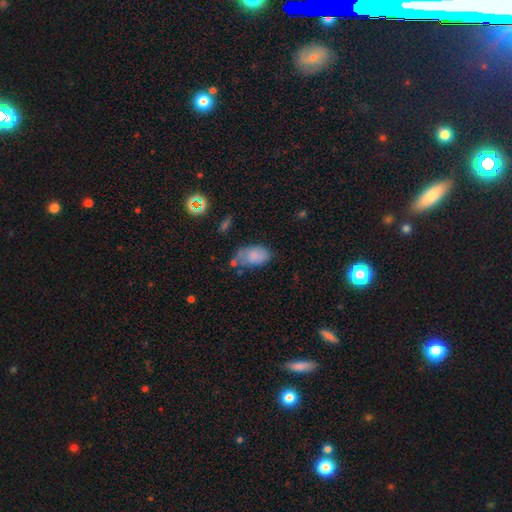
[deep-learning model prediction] smooth 79%, featured or disk 12%, star or artifact 9%. Down the decision tree: how rounded — in between (93%); merging — none (45%).